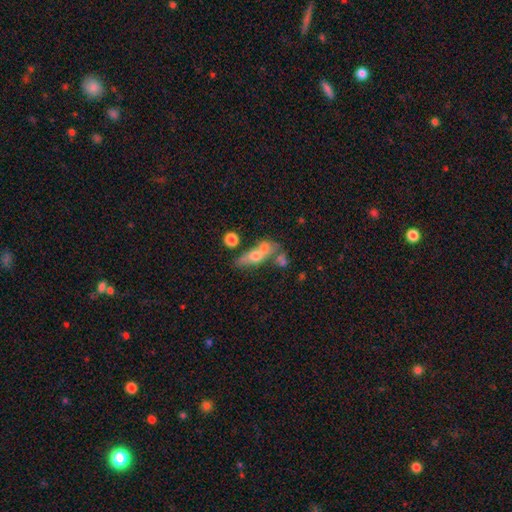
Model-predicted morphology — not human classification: smooth 58%, featured or disk 32%, star or artifact 10%. Down the decision tree: how rounded — in between (57%); merging — merger (50%).